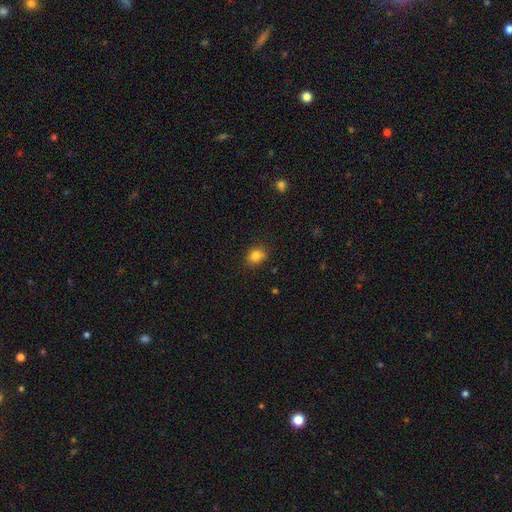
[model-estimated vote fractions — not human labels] Morphology: type=smooth (82%); roundness=round (60%); merging=none (75%).